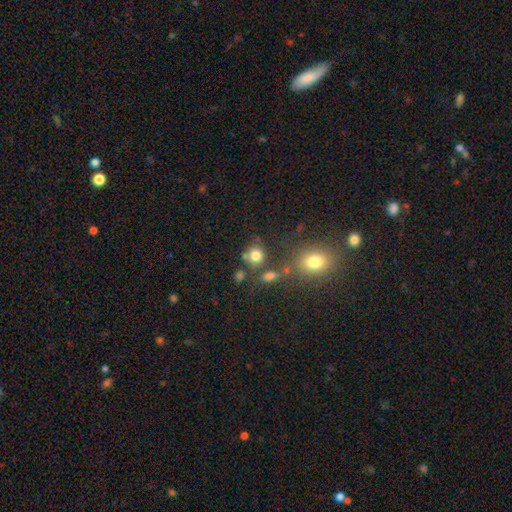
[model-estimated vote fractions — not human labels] Overall: smooth (78%). How rounded: round (77%). Merging: none (64%).